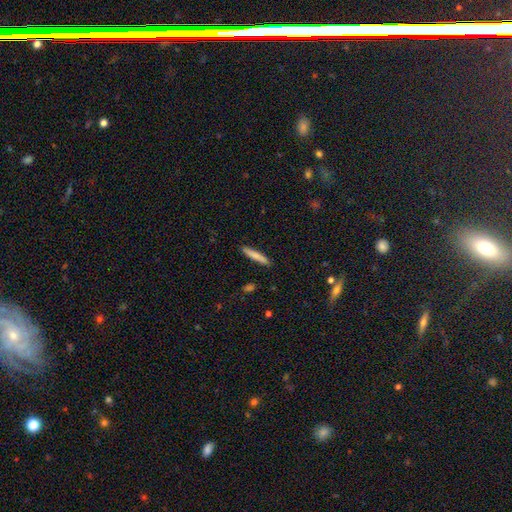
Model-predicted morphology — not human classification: The model was most divided on "smooth or featured": smooth: 76%, featured or disk: 18%, star or artifact: 6%. More confident: how rounded — cigar-shaped (92%); merging — none (89%).